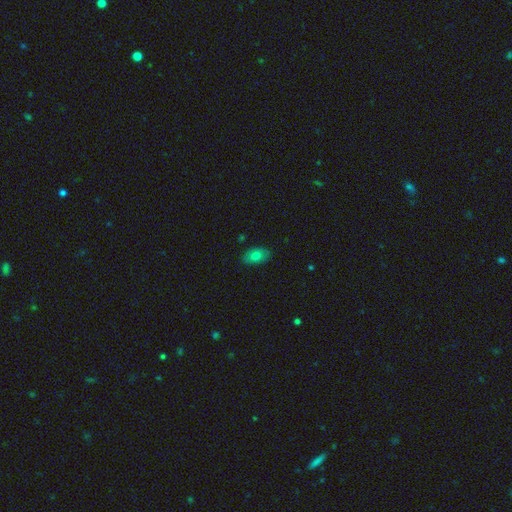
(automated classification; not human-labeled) Overall: smooth (76%). How rounded: in between (89%). Merging: none (85%).